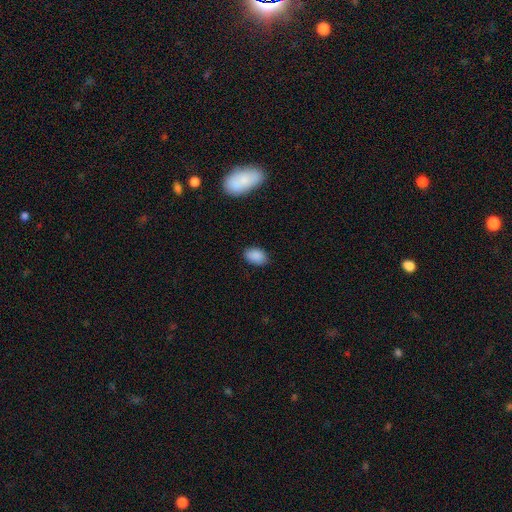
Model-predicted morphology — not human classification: smooth_or_featured: smooth (p=0.88) [alt: star or artifact p=0.08]
how_rounded: in between (p=0.88) [alt: round p=0.11]
merging: none (p=0.85) [alt: minor disturbance p=0.11]